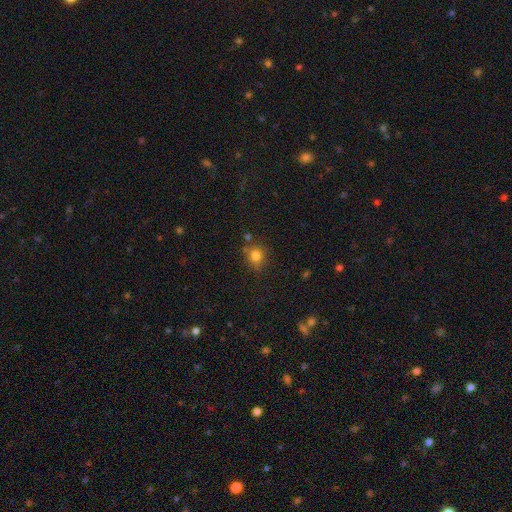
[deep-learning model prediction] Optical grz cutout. It shows a smooth galaxy with no disk features (78%) that is round (77%). Merging: none (69%).